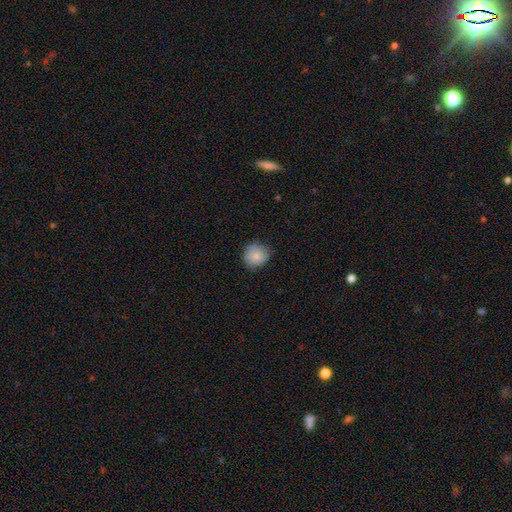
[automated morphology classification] A smooth galaxy with no disk features (81%) that is round (83%).

Vote fractions:
- Smooth or featured? smooth: 81% / featured or disk: 11% / star or artifact: 8%
- How rounded? round: 83% / in between: 16% / cigar-shaped: 1%
- Merging? none: 73% / minor disturbance: 22% / major disturbance: 4% / merger: 1%